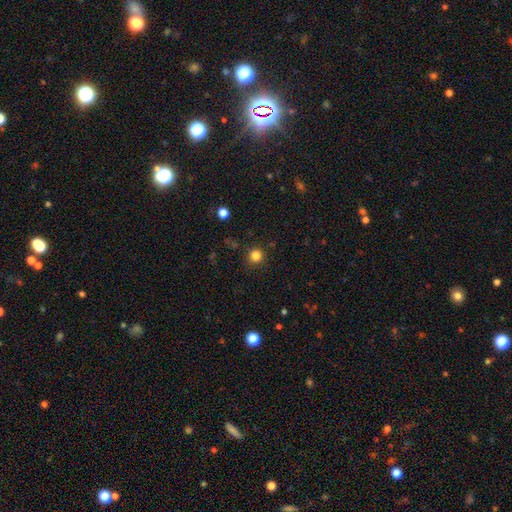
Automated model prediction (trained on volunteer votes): Q: Smooth or featured?
A: smooth (82%); runner-up: star or artifact (14%)
Q: How rounded?
A: round (94%); runner-up: in between (5%)
Q: Merging?
A: none (89%); runner-up: minor disturbance (7%)